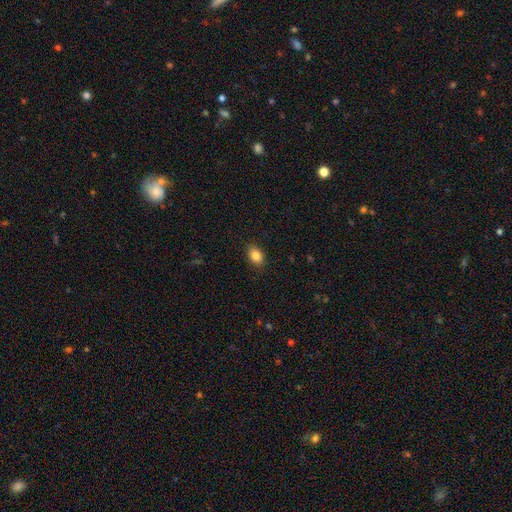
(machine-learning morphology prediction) This appears to be a smooth galaxy with no disk features (85%) that is in between round and cigar-shaped (77%). Merging: none (88%).